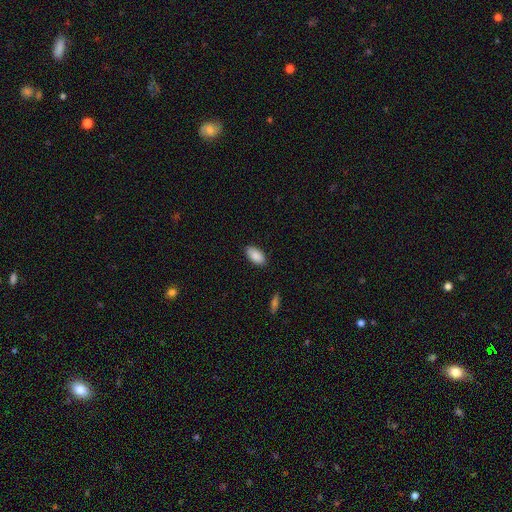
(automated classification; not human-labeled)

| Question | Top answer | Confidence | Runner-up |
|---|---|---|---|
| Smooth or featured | smooth | 89% | star or artifact (6%) |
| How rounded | in between | 94% | cigar-shaped (4%) |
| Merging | none | 86% | minor disturbance (11%) |